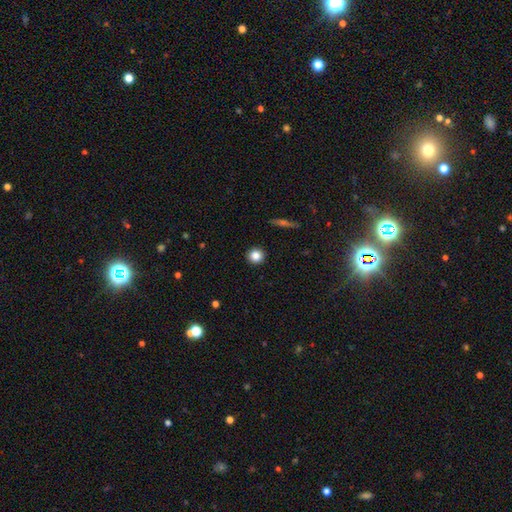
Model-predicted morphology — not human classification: Smooth or featured? Predicted: smooth (p=0.84). How rounded? Predicted: round (p=0.94). Merging? Predicted: none (p=0.93).